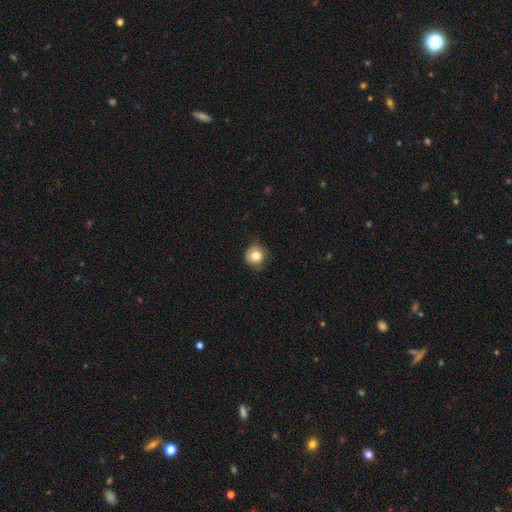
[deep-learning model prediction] This is clearly a smooth galaxy (81%). How rounded: clearly round (92%). Merging: likely none (77%).